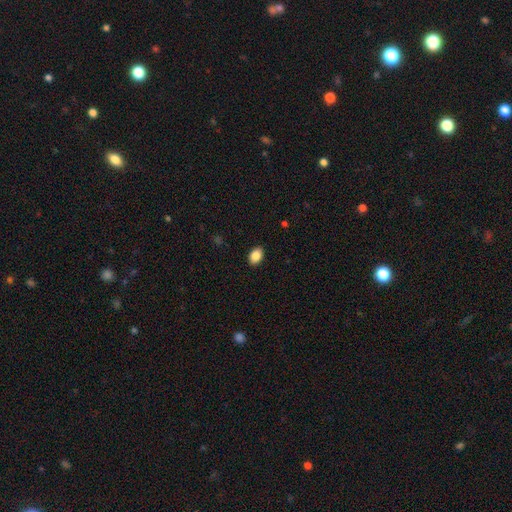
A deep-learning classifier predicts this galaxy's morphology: Smooth or featured?
  - smooth: 88% *
  - star or artifact: 8%
  - featured or disk: 4%
How rounded?
  - in between: 80% *
  - round: 19%
  - cigar-shaped: 1%
Merging?
  - none: 89% *
  - minor disturbance: 8%
  - major disturbance: 2%
  - merger: 1%